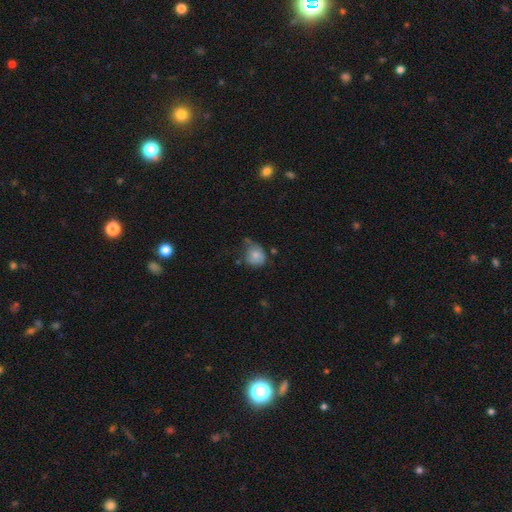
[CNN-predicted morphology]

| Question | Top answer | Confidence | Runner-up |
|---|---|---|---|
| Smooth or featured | smooth | 74% | featured or disk (17%) |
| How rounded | round | 68% | in between (31%) |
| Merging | none | 40% | minor disturbance (37%) |